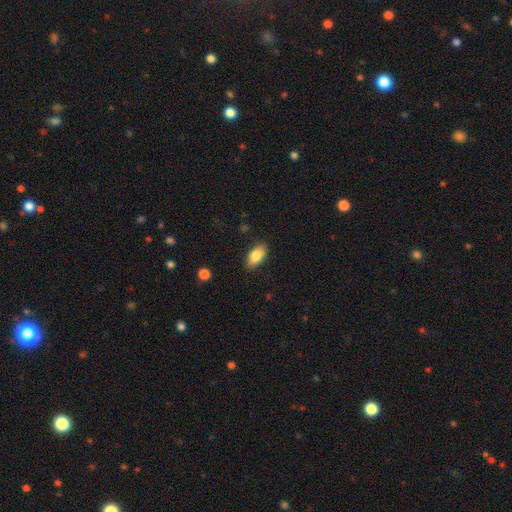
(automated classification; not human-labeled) Morphology: type=smooth (83%); roundness=in between (92%); merging=none (85%).